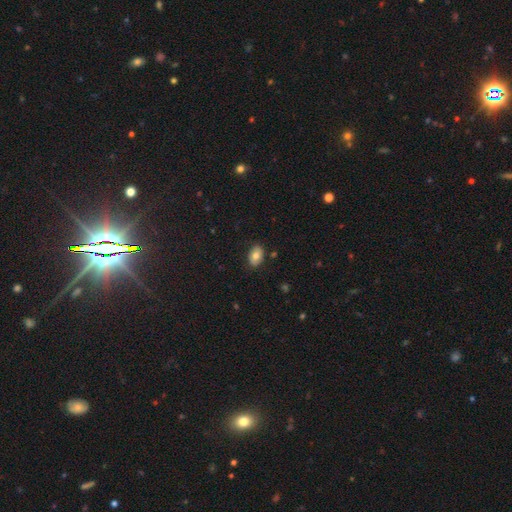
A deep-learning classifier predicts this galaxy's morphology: type=smooth (78%); roundness=in between (88%); merging=none (85%).